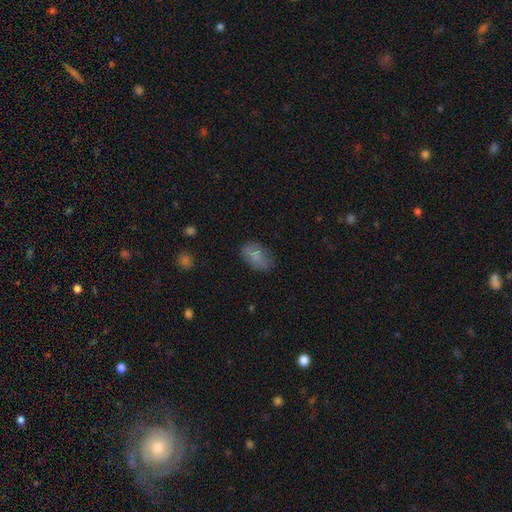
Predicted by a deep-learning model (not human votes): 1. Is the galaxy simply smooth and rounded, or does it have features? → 78% smooth, 13% featured or disk, 9% star or artifact.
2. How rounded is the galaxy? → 90% in between, 8% round, 2% cigar-shaped.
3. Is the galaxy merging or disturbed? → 74% none, 18% minor disturbance, 6% major disturbance, 3% merger.